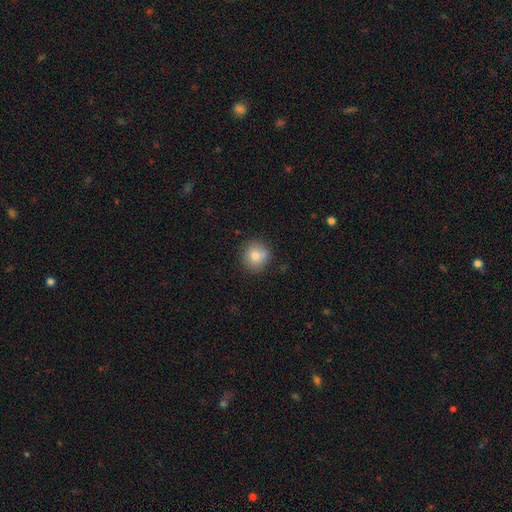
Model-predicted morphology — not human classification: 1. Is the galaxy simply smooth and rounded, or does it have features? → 80% smooth, 10% featured or disk, 10% star or artifact.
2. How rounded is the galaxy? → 90% round, 9% in between, 1% cigar-shaped.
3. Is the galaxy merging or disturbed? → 79% none, 13% minor disturbance, 5% merger, 3% major disturbance.